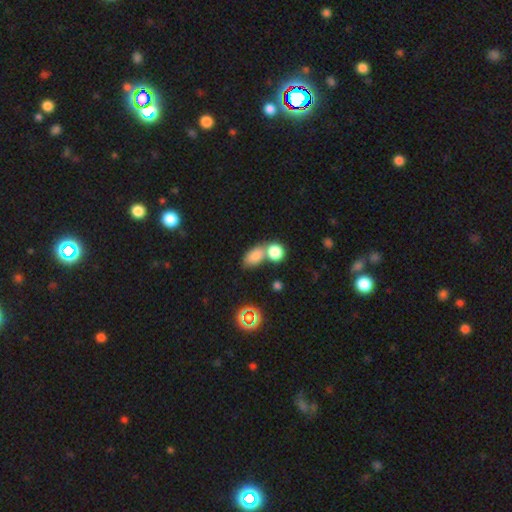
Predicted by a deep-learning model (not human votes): A smooth galaxy with no disk features (79%) that is in between round and cigar-shaped (80%). Merging: merger (46%).